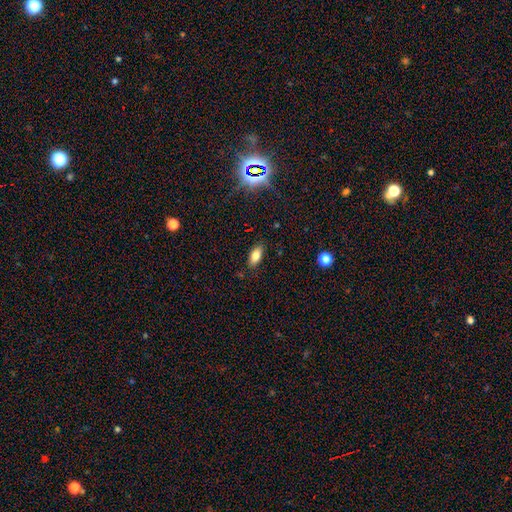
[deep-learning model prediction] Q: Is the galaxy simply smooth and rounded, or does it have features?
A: smooth — 80%.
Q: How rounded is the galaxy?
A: in between — 87%.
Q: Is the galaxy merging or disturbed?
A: none — 85%.